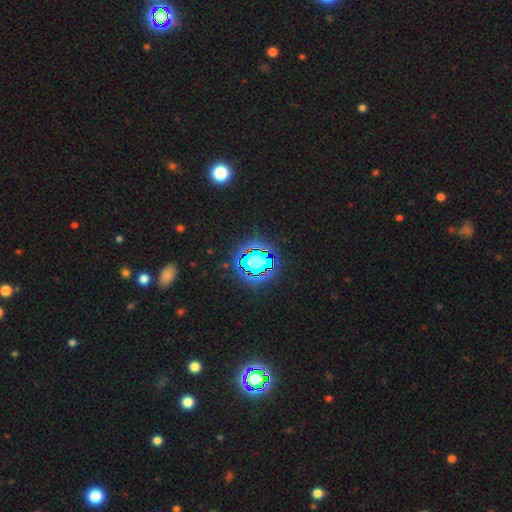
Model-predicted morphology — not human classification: A star or artifact, not a galaxy (80%).

Vote fractions:
- Smooth or featured? star or artifact: 80% / smooth: 13% / featured or disk: 8%